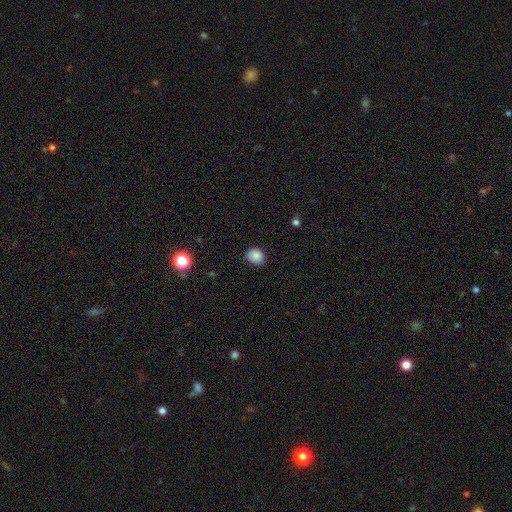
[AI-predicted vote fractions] A smooth galaxy with no disk features (85%) that is round (62%).

Vote fractions:
- Smooth or featured? smooth: 85% / star or artifact: 10% / featured or disk: 5%
- How rounded? round: 62% / in between: 37% / cigar-shaped: 1%
- Merging? none: 82% / minor disturbance: 14% / major disturbance: 2% / merger: 1%